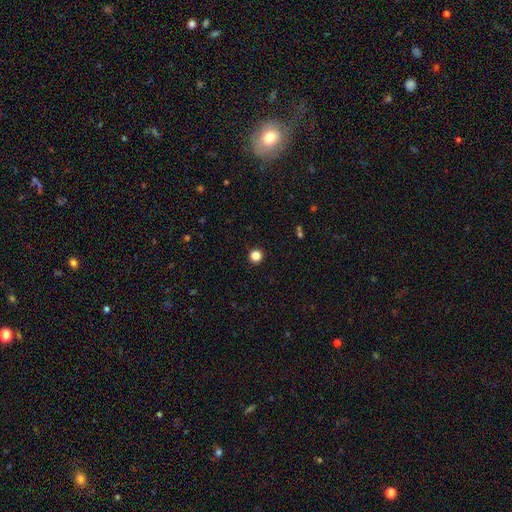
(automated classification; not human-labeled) Overall: smooth (85%). How rounded: round (96%). Merging: none (94%).